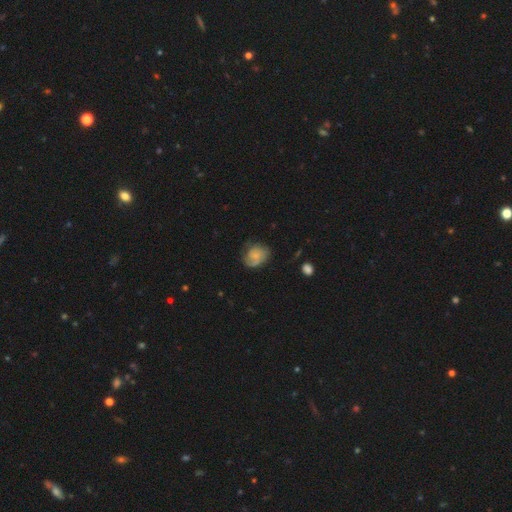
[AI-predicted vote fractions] smooth_or_featured: smooth (p=0.47) [alt: featured or disk p=0.45]
merging: none (p=0.61) [alt: minor disturbance p=0.25]